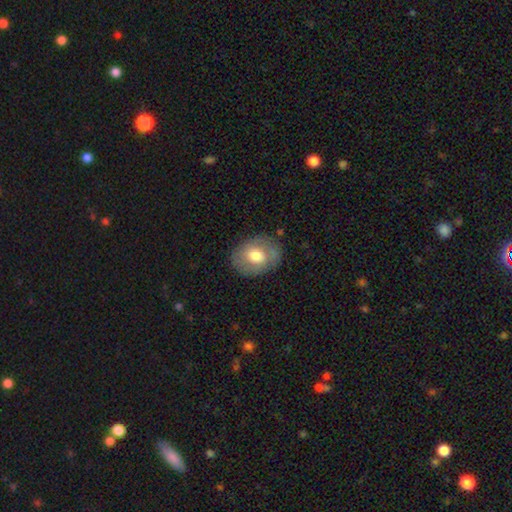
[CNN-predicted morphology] This appears to be a smooth galaxy with no disk features (64%) that is in between round and cigar-shaped (60%). Merging: none (77%).